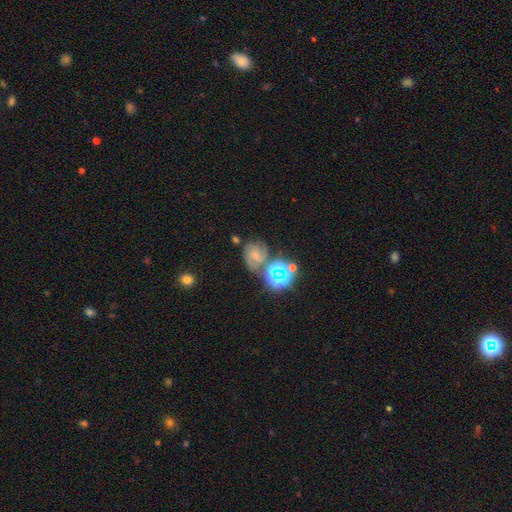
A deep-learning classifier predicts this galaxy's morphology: type=featured or disk (55%); edge-on=no (97%); bar=no (51%); spiral arms=yes (92%); bulge=small (42%); merging=none (56%).